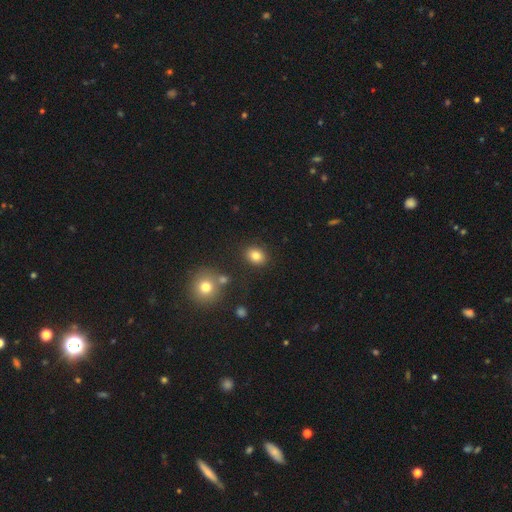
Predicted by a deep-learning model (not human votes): Overall: smooth (82%). How rounded: in between (55%; round 44%). Merging: none (84%).